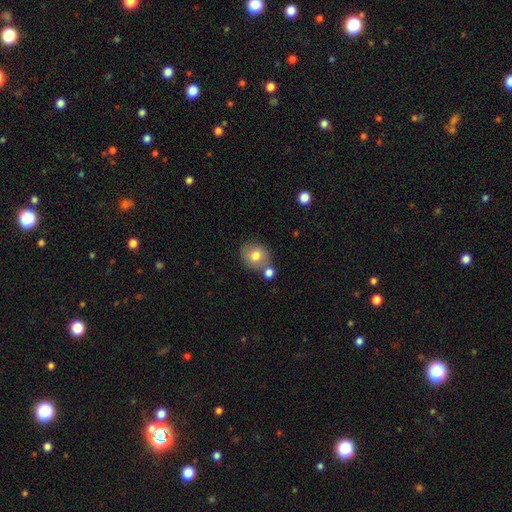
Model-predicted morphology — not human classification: Overall: smooth (75%). How rounded: round (74%). Merging: none (65%).